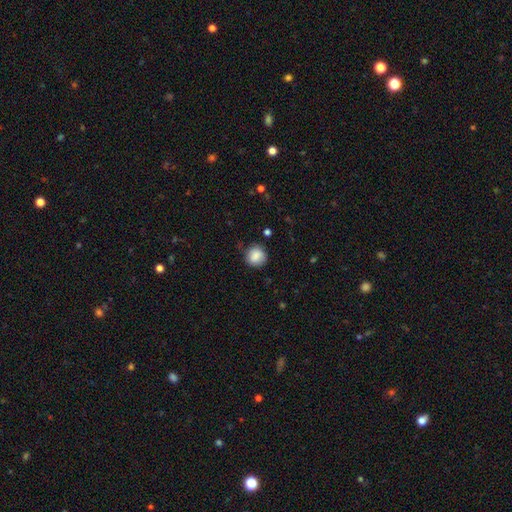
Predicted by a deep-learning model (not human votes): This appears to be a smooth galaxy with no disk features (86%) that is round (88%). Merging: none (77%).